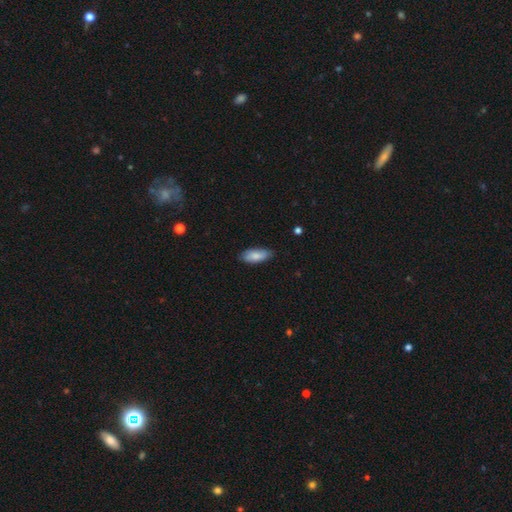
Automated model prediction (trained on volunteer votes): Smooth or featured: smooth — 84% (featured or disk — 11%)
How rounded: in between — 82% (cigar-shaped — 17%)
Merging: none — 82% (minor disturbance — 15%)